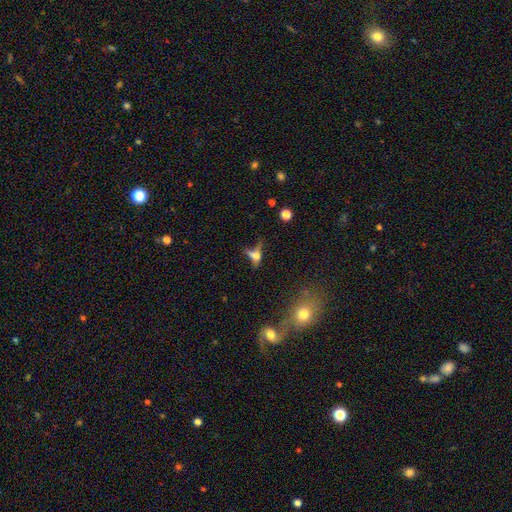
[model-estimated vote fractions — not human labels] A smooth galaxy with no disk features (46%).

Vote fractions:
- Smooth or featured? smooth: 46% / featured or disk: 36% / star or artifact: 19%
- Merging? none: 36% / major disturbance: 24% / merger: 23% / minor disturbance: 17%